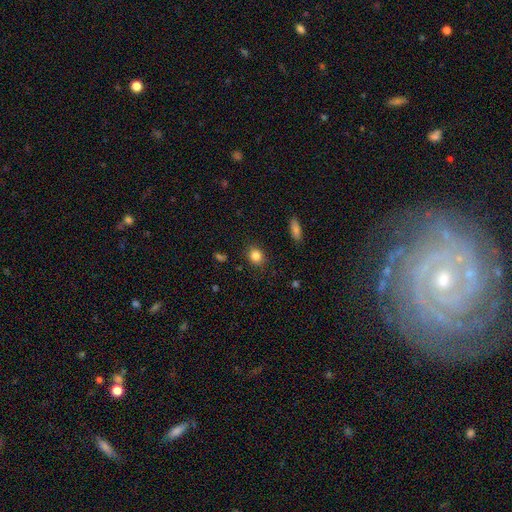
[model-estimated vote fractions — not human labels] The model was most divided on "how rounded": round: 66%, in between: 33%, cigar-shaped: 1%. More confident: merging — none (87%); smooth or featured — smooth (85%).